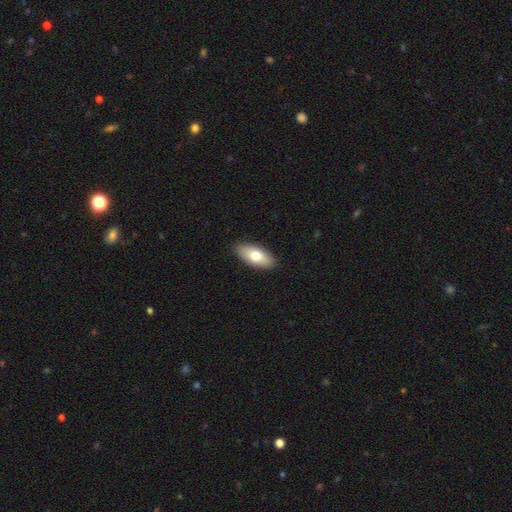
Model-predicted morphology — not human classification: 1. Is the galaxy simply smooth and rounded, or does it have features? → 74% smooth, 20% featured or disk, 6% star or artifact.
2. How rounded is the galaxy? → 87% in between, 10% cigar-shaped, 3% round.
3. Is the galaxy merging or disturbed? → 88% none, 9% minor disturbance, 2% major disturbance, 1% merger.